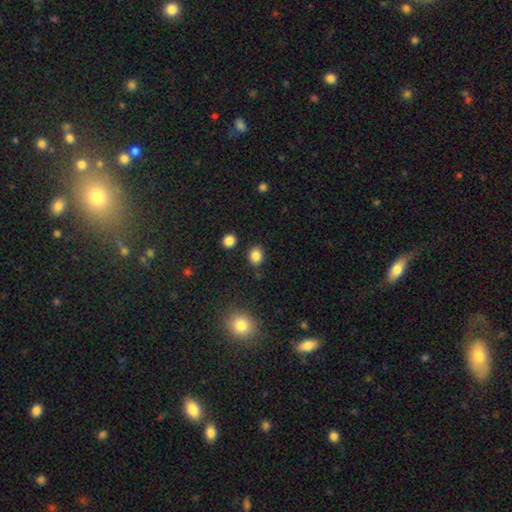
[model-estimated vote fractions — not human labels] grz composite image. It shows a smooth galaxy with no disk features (85%) that is round (59%). Merging: none (84%).